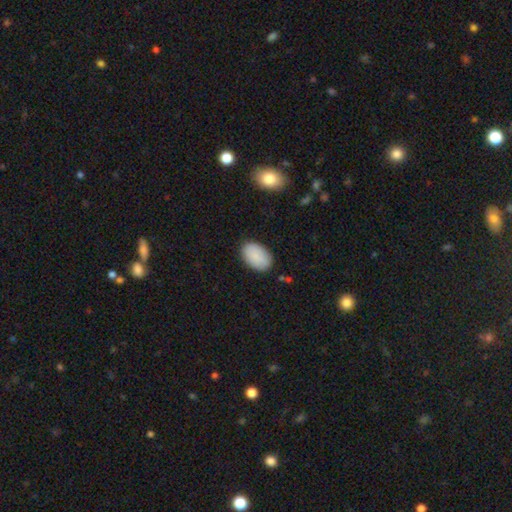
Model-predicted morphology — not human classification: smooth 89%, star or artifact 6%, featured or disk 5%. Down the decision tree: how rounded — in between (92%); merging — none (86%).